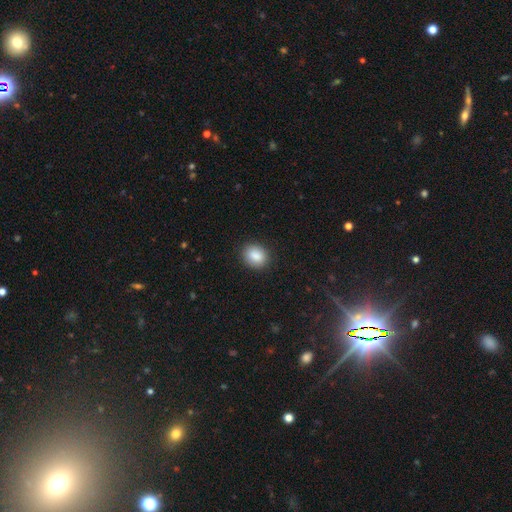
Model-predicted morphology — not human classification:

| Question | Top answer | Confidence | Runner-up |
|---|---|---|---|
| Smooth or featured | smooth | 88% | star or artifact (8%) |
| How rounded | round | 52% | in between (47%) |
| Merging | none | 88% | minor disturbance (9%) |